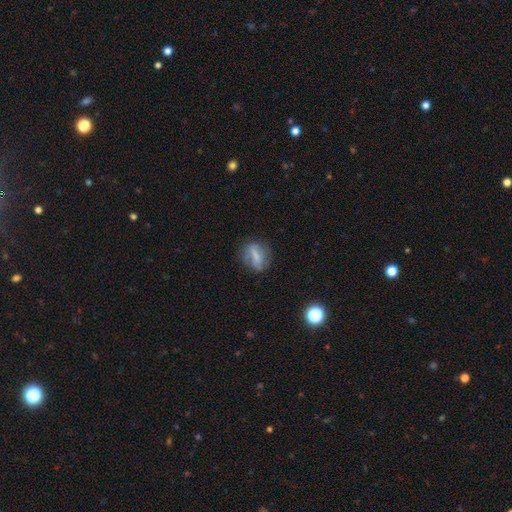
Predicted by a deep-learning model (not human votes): Smooth or featured: smooth — 58% (featured or disk — 31%)
How rounded: in between — 56% (round — 33%)
Merging: none — 63% (minor disturbance — 23%)